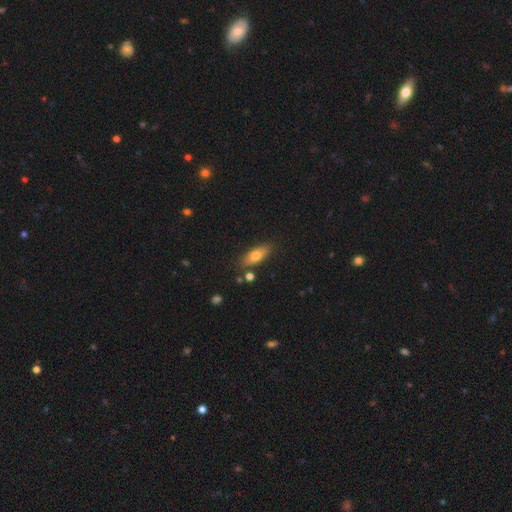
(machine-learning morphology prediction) Q: Smooth or featured?
A: smooth (67%); runner-up: featured or disk (26%)
Q: How rounded?
A: in between (64%); runner-up: cigar-shaped (33%)
Q: Merging?
A: none (82%); runner-up: minor disturbance (11%)